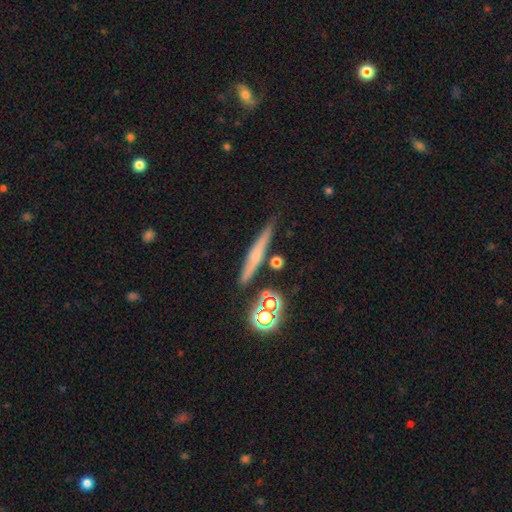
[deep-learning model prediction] smooth_or_featured: smooth (p=0.46) [alt: featured or disk p=0.40]
merging: none (p=0.81) [alt: minor disturbance p=0.11]